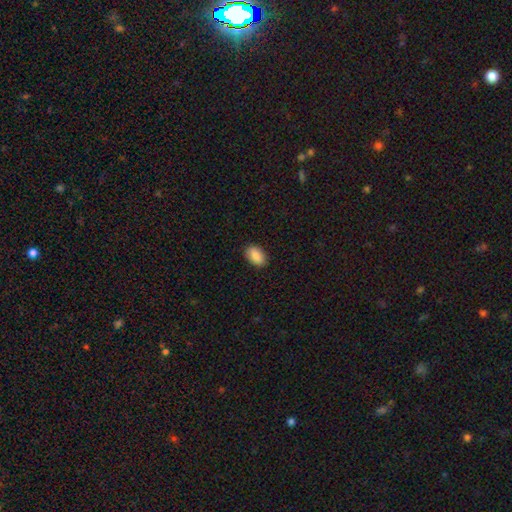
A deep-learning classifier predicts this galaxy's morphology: smooth_or_featured: smooth (p=0.89) [alt: star or artifact p=0.07]
how_rounded: in between (p=0.92) [alt: round p=0.07]
merging: none (p=0.89) [alt: minor disturbance p=0.08]